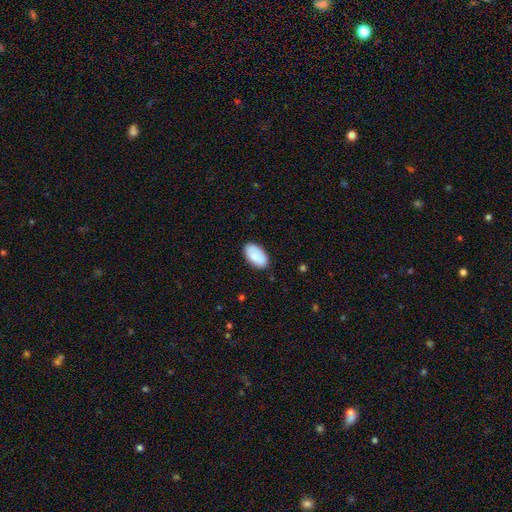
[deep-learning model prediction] A smooth galaxy with no disk features (85%) that is in between round and cigar-shaped (96%).

Vote fractions:
- Smooth or featured? smooth: 85% / featured or disk: 9% / star or artifact: 6%
- How rounded? in between: 96% / round: 3% / cigar-shaped: 2%
- Merging? none: 85% / minor disturbance: 12% / major disturbance: 2% / merger: 1%